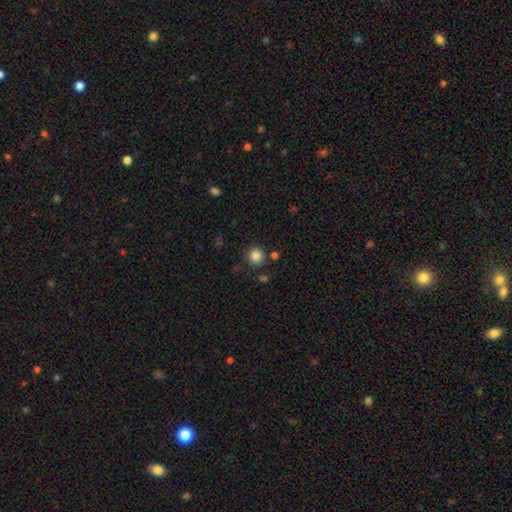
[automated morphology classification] smooth 86%, star or artifact 11%, featured or disk 4%. Down the decision tree: how rounded — round (92%); merging — none (84%).